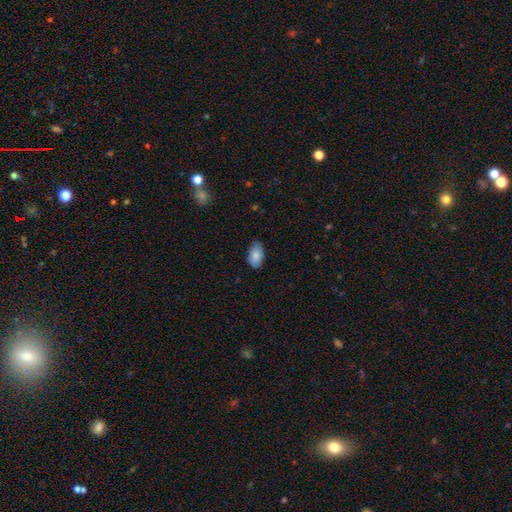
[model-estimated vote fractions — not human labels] Smooth or featured? smooth (84%)
How rounded? in between (93%)
Merging? none (81%)